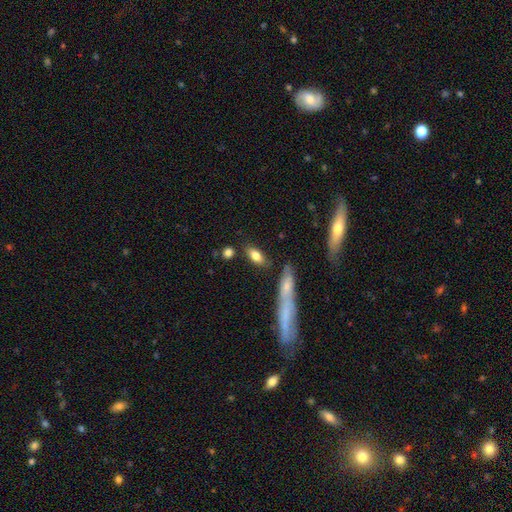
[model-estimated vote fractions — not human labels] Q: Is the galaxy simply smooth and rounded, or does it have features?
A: smooth — 78%.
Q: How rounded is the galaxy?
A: in between — 79%.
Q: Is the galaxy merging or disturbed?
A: none — 77%.